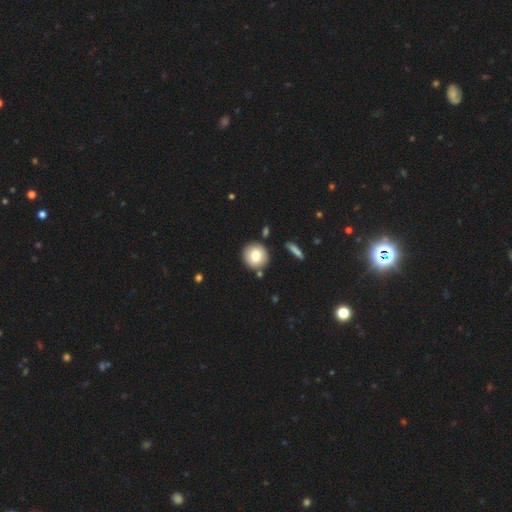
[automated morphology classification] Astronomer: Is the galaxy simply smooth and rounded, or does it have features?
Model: smooth — 79%.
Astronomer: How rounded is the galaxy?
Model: round — 91%.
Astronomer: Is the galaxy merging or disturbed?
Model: none — 83%.